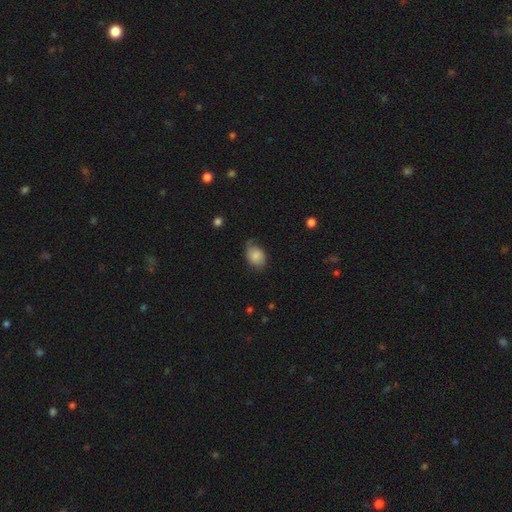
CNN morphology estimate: A smooth galaxy with no disk features (76%) that is in between round and cigar-shaped (75%). Merging: none (58%).